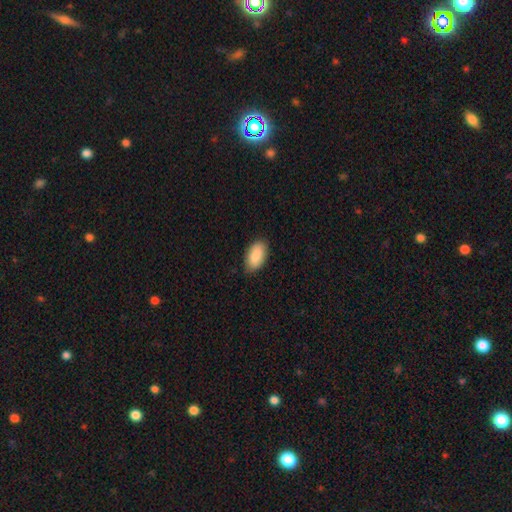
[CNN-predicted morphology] A smooth galaxy with no disk features (89%) that is in between round and cigar-shaped (94%). Merging: none (85%).